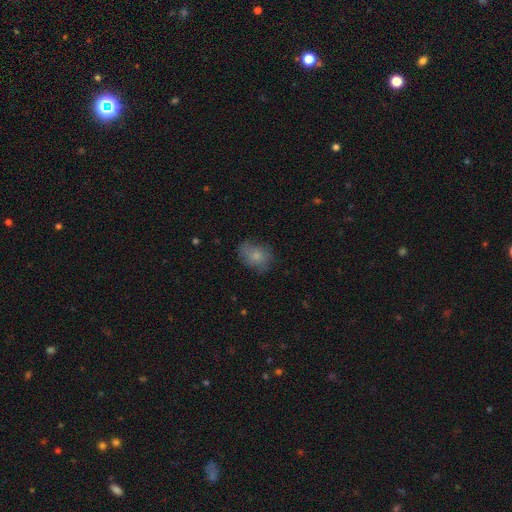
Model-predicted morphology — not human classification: The model was most divided on "how rounded": in between: 59%, round: 40%, cigar-shaped: 1%. More confident: smooth or featured — smooth (75%); merging — none (63%).